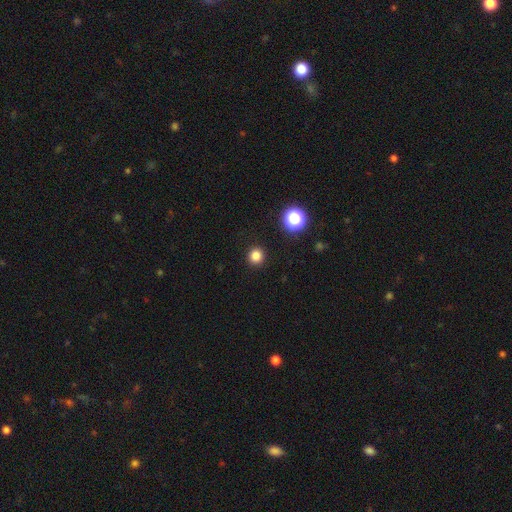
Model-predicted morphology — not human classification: smooth-or-featured: smooth: 83% | star or artifact: 14% | featured or disk: 3%
  how-rounded: round: 94% | in between: 5% | cigar-shaped: 1%
  merging: none: 93% | minor disturbance: 4% | major disturbance: 2% | merger: 1%